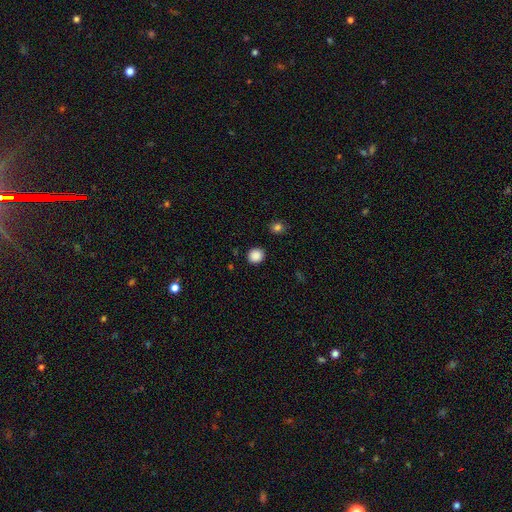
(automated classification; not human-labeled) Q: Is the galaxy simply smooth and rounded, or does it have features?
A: smooth — 88%.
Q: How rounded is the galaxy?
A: round — 88%.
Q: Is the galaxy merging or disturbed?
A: none — 91%.